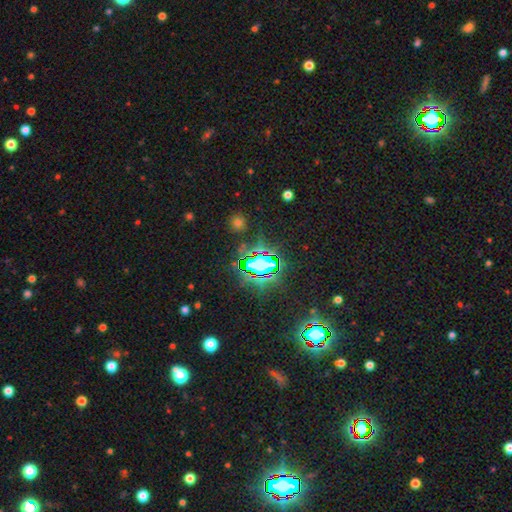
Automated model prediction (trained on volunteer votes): The model was most divided on "smooth or featured": star or artifact: 76%, smooth: 15%, featured or disk: 8%.